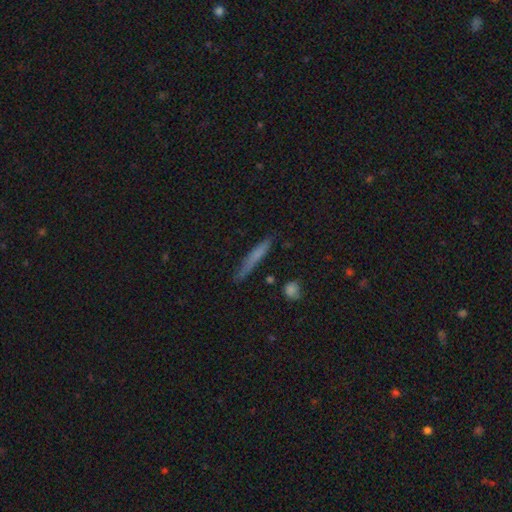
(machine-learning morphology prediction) Overall: smooth (63%; featured or disk 29%). How rounded: cigar-shaped (95%). Merging: none (83%).